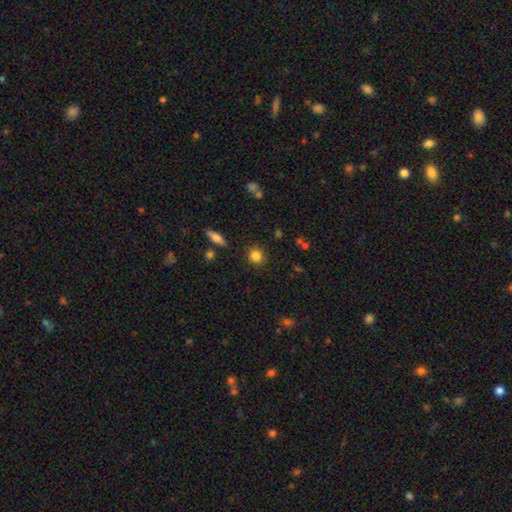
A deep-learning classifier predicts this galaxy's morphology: Smooth or featured?
  - smooth: 84% *
  - star or artifact: 10%
  - featured or disk: 6%
How rounded?
  - round: 84% *
  - in between: 15%
  - cigar-shaped: 1%
Merging?
  - none: 87% *
  - minor disturbance: 8%
  - major disturbance: 3%
  - merger: 2%